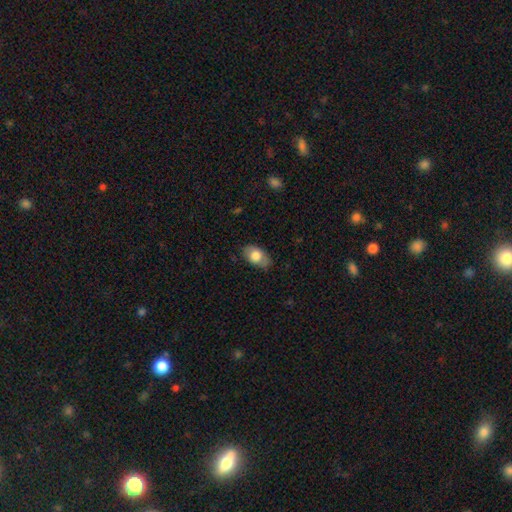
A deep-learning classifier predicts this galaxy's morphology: Overall: smooth (75%). How rounded: in between (90%). Merging: none (75%).